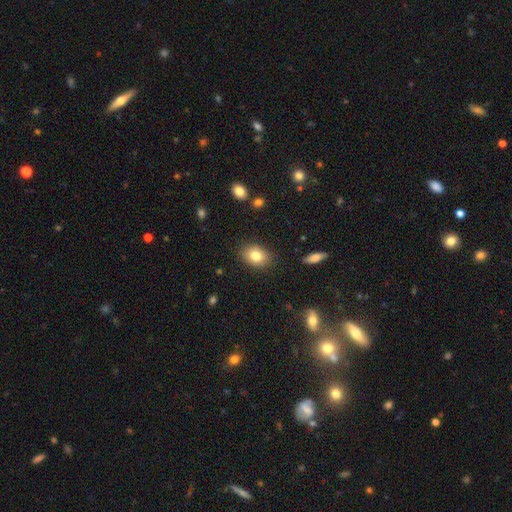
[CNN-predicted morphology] Smooth or featured?
  - smooth: 81% *
  - featured or disk: 10%
  - star or artifact: 9%
How rounded?
  - in between: 75% *
  - round: 24%
  - cigar-shaped: 1%
Merging?
  - none: 86% *
  - minor disturbance: 10%
  - major disturbance: 2%
  - merger: 1%